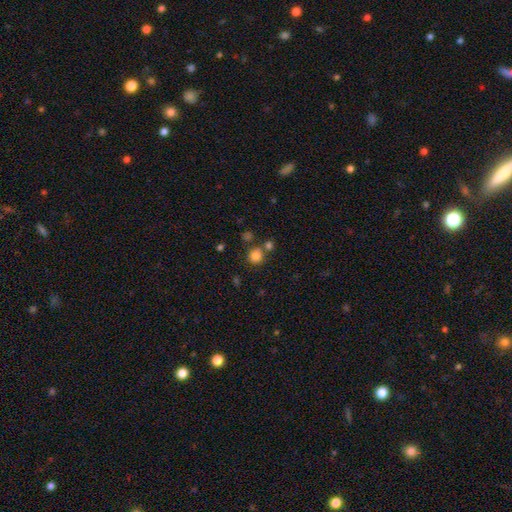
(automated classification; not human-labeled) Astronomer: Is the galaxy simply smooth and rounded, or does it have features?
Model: smooth — 81%.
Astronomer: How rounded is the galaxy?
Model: round — 88%.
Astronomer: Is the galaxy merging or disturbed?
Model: none — 69%.